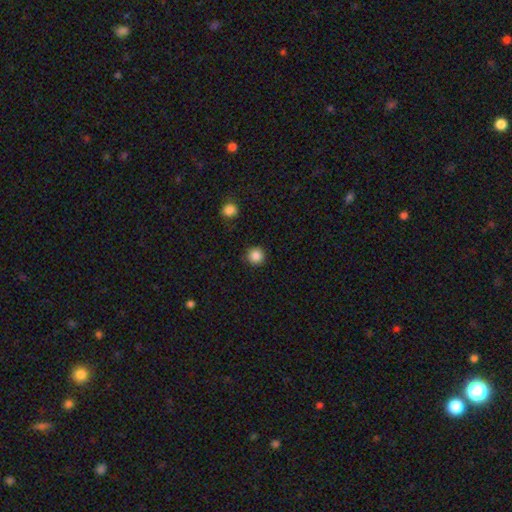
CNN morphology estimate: Q: Smooth or featured?
A: smooth (86%); runner-up: star or artifact (11%)
Q: How rounded?
A: round (95%); runner-up: in between (4%)
Q: Merging?
A: none (90%); runner-up: minor disturbance (6%)